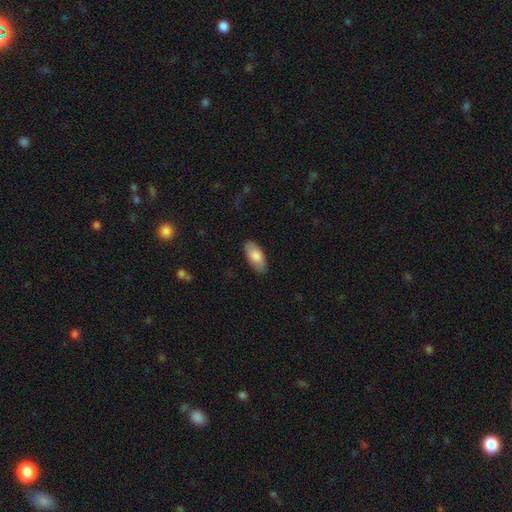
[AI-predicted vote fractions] This is clearly a smooth galaxy (81%). How rounded: clearly in between (90%). Merging: clearly none (88%).